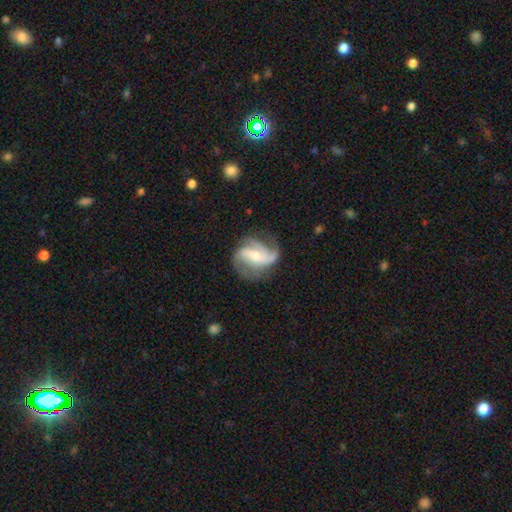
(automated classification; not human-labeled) Smooth or featured? featured or disk (84%)
Edge-on disk? no (97%)
Bar? weak (40%)
Spiral arms? yes (95%)
Spiral winding? medium (43%)
Spiral arm count? 3 (46%)
Bulge size? small (46%, tied with moderate)
Merging? none (62%)